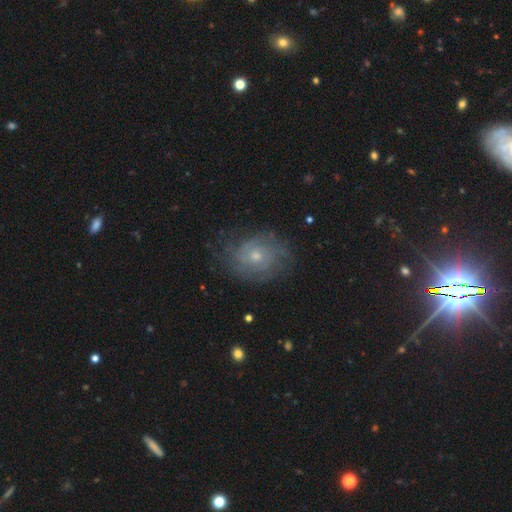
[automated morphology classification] The model was most divided on "bulge size": small: 58%, moderate: 38%, large: 2%, none: 1%, dominant: 1%. Remaining: edge-on disk — no (97%); spiral arms — yes (87%); bar — no (82%); smooth or featured — featured or disk (71%); merging — none (71%); spiral winding — tight (60%); spiral arm count — can't tell (48%).